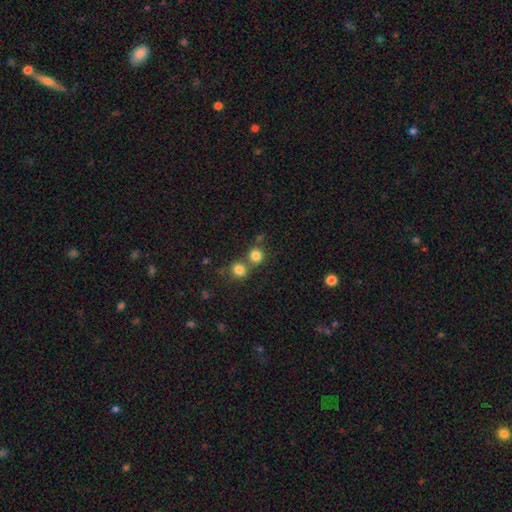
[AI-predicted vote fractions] smooth 81%, star or artifact 13%, featured or disk 6%. Down the decision tree: how rounded — round (89%); merging — none (57%).